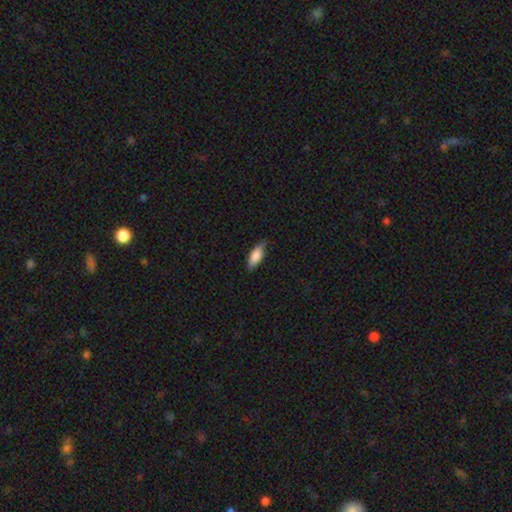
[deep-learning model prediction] A smooth galaxy with no disk features (80%) that is in between round and cigar-shaped (72%).

Vote fractions:
- Smooth or featured? smooth: 80% / featured or disk: 14% / star or artifact: 6%
- How rounded? in between: 72% / cigar-shaped: 26% / round: 2%
- Merging? none: 76% / minor disturbance: 20% / major disturbance: 3% / merger: 1%